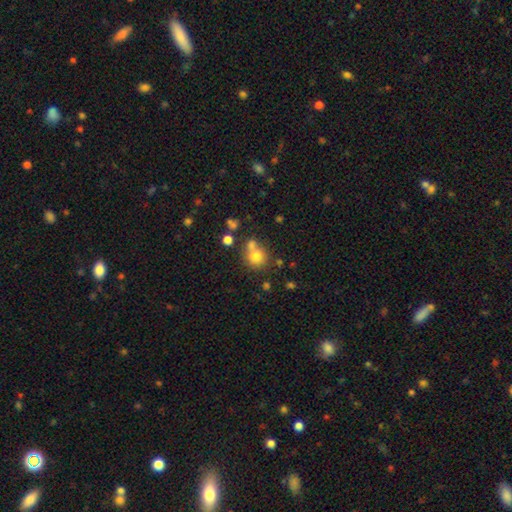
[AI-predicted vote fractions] smooth_or_featured: smooth (p=0.75) [alt: star or artifact p=0.13]
how_rounded: round (p=0.84) [alt: in between p=0.15]
merging: none (p=0.52) [alt: merger p=0.34]